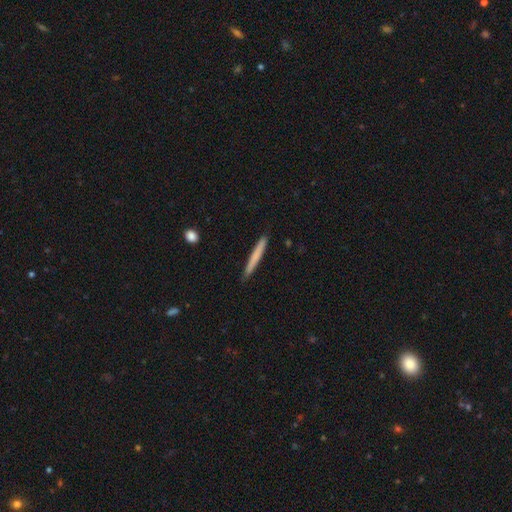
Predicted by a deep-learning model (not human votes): Q: Smooth or featured?
A: smooth (71%); runner-up: featured or disk (23%)
Q: How rounded?
A: cigar-shaped (97%); runner-up: in between (2%)
Q: Merging?
A: none (90%); runner-up: minor disturbance (7%)